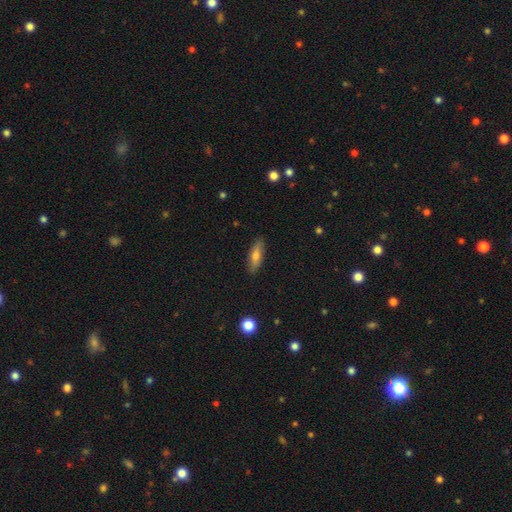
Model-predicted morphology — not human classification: type=smooth (66%); roundness=in between (55%); merging=none (87%).